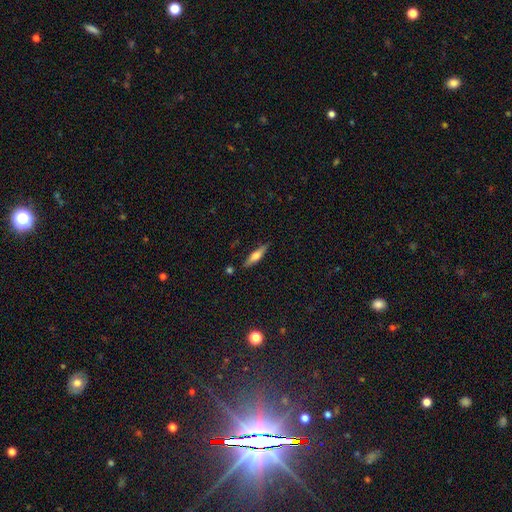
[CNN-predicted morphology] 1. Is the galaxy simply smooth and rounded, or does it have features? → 51% smooth, 42% featured or disk, 7% star or artifact.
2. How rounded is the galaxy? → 74% cigar-shaped, 24% in between, 2% round.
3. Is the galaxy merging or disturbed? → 84% none, 11% minor disturbance, 3% merger, 2% major disturbance.